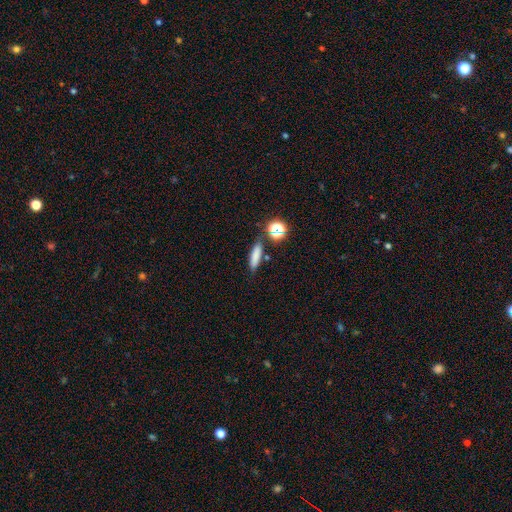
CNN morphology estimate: A smooth galaxy with no disk features (78%) that is cigar-shaped (63%).

Vote fractions:
- Smooth or featured? smooth: 78% / star or artifact: 13% / featured or disk: 10%
- How rounded? cigar-shaped: 63% / in between: 30% / round: 7%
- Merging? none: 80% / minor disturbance: 10% / merger: 7% / major disturbance: 3%